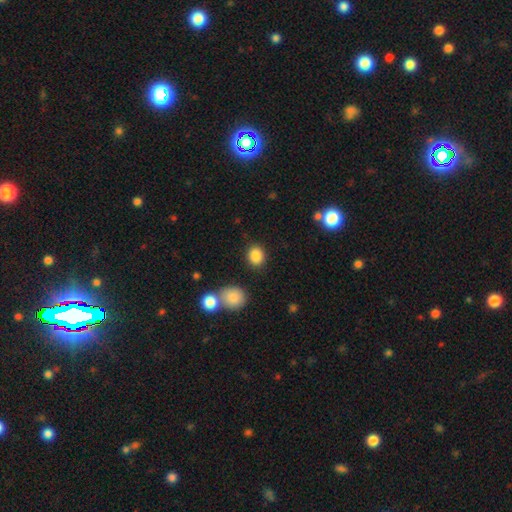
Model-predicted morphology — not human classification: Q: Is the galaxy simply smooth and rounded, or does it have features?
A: smooth — 87%.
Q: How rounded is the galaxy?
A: round — 69%.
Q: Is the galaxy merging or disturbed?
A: none — 85%.